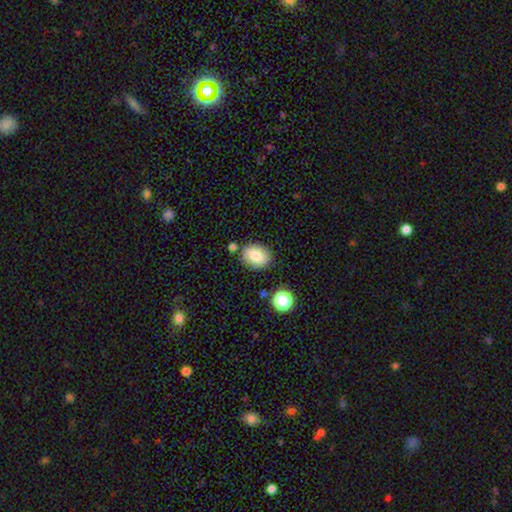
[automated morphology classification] A smooth galaxy with no disk features (82%) that is in between round and cigar-shaped (61%).

Vote fractions:
- Smooth or featured? smooth: 82% / featured or disk: 9% / star or artifact: 9%
- How rounded? in between: 61% / round: 38% / cigar-shaped: 1%
- Merging? none: 80% / minor disturbance: 12% / merger: 5% / major disturbance: 3%